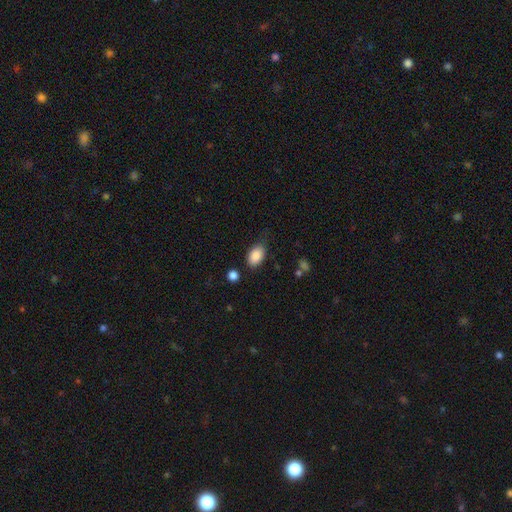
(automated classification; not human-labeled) Smooth or featured? Predicted: smooth (p=0.87). How rounded? Predicted: in between (p=0.90). Merging? Predicted: none (p=0.71).